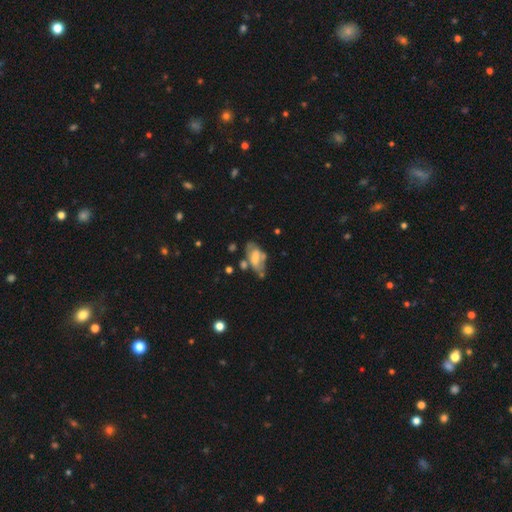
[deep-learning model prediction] Smooth or featured? Predicted: featured or disk (p=0.51). Edge-on disk? Predicted: no (p=0.90). Merging? Predicted: none (p=0.39).